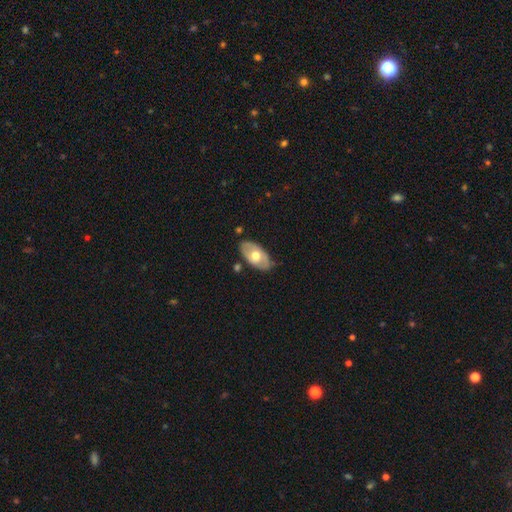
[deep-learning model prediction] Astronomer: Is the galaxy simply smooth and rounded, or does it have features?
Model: smooth — 48% (runner-up: featured or disk, 47%).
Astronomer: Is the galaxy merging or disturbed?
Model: none — 76%.